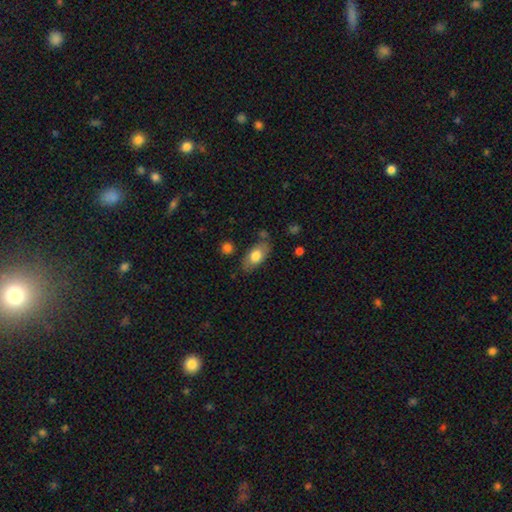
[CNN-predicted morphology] smooth-or-featured: smooth: 74% | featured or disk: 19% | star or artifact: 6%
  how-rounded: in between: 88% | cigar-shaped: 7% | round: 5%
  merging: none: 74% | minor disturbance: 17% | major disturbance: 4% | merger: 4%